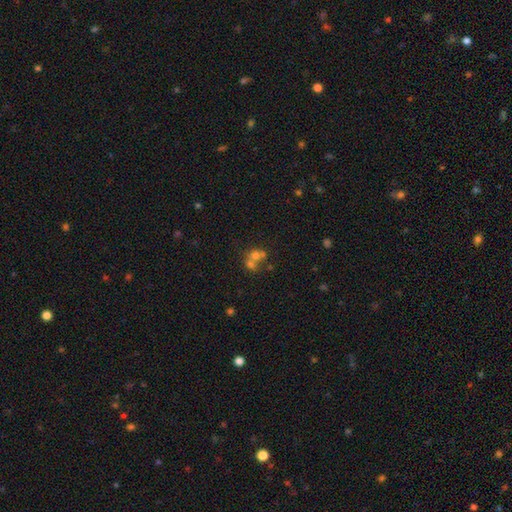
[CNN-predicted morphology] This is likely a smooth galaxy (60%). How rounded: likely round (72%). Merging: likely merger (61%).